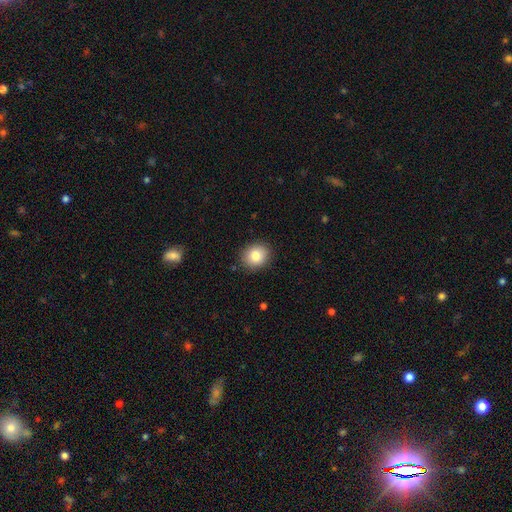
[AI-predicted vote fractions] Q: Smooth or featured?
A: smooth (83%); runner-up: star or artifact (9%)
Q: How rounded?
A: round (69%); runner-up: in between (30%)
Q: Merging?
A: none (89%); runner-up: minor disturbance (8%)